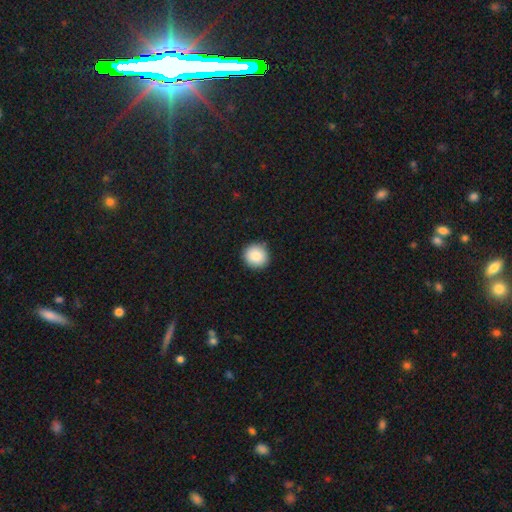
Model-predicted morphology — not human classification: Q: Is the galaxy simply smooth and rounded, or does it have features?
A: smooth — 86%.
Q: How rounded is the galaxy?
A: round — 93%.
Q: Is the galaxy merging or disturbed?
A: none — 91%.